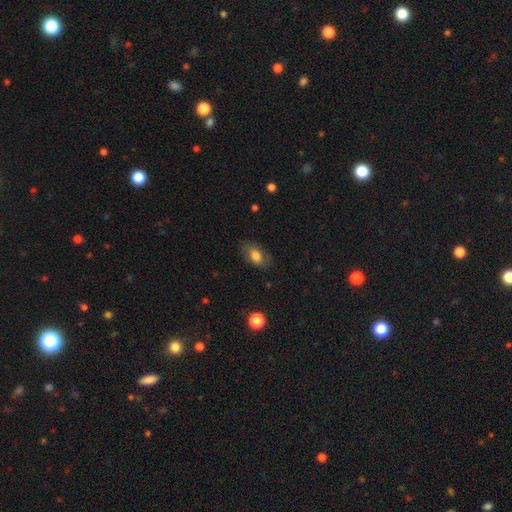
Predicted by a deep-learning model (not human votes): Smooth or featured?
  - smooth: 74% *
  - featured or disk: 18%
  - star or artifact: 8%
How rounded?
  - in between: 88% *
  - round: 9%
  - cigar-shaped: 3%
Merging?
  - none: 77% *
  - minor disturbance: 16%
  - major disturbance: 5%
  - merger: 1%